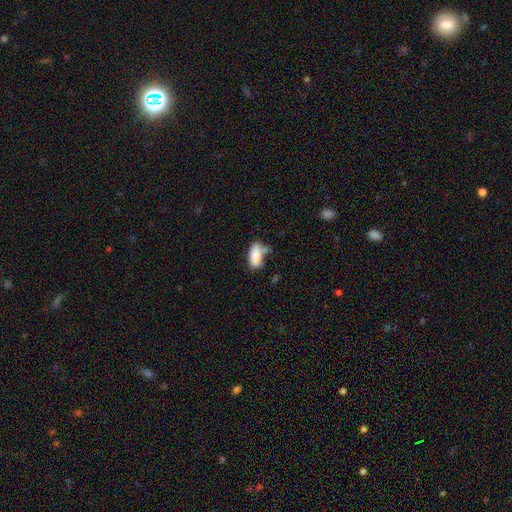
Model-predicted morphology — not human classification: Smooth or featured?
  - smooth: 81% *
  - featured or disk: 11%
  - star or artifact: 8%
How rounded?
  - in between: 83% *
  - cigar-shaped: 14%
  - round: 3%
Merging?
  - none: 47% *
  - minor disturbance: 26%
  - merger: 17%
  - major disturbance: 10%